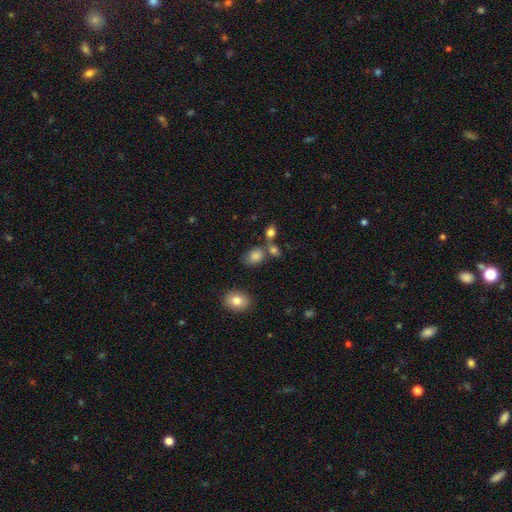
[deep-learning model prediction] smooth-or-featured: smooth: 81% | star or artifact: 12% | featured or disk: 7%
  how-rounded: in between: 57% | round: 42% | cigar-shaped: 2%
  merging: none: 58% | merger: 21% | minor disturbance: 15% | major disturbance: 6%